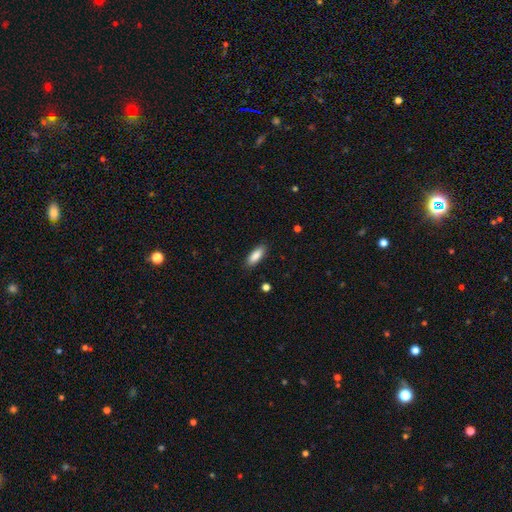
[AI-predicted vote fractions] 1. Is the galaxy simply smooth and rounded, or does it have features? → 88% smooth, 6% star or artifact, 6% featured or disk.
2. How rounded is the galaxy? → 69% in between, 29% cigar-shaped, 2% round.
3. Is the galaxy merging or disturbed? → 87% none, 10% minor disturbance, 2% major disturbance, 1% merger.